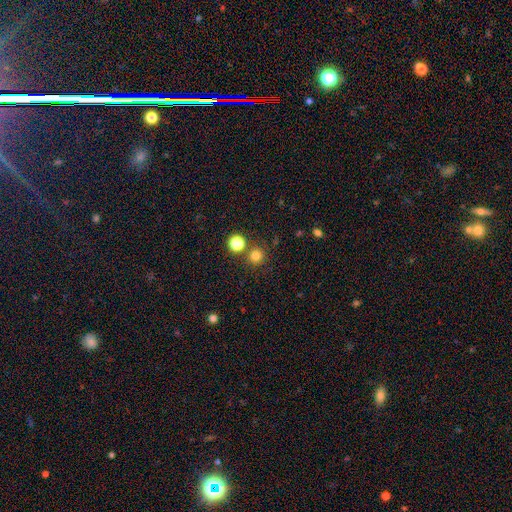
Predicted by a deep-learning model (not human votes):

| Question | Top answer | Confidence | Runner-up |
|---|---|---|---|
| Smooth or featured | smooth | 79% | star or artifact (16%) |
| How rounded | round | 94% | in between (5%) |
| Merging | none | 81% | merger (9%) |